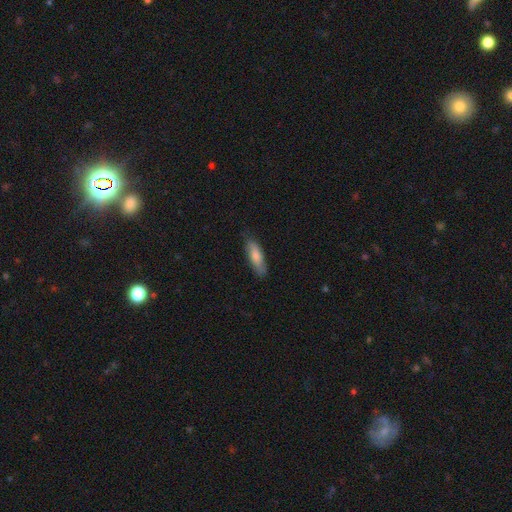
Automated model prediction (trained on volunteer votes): This is likely a smooth galaxy (79%). How rounded: possibly cigar-shaped (52%). Merging: likely none (79%).